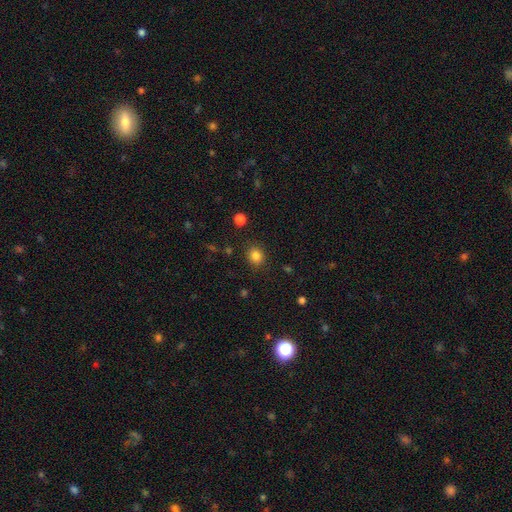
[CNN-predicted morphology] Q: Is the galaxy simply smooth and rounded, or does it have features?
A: smooth — 84%.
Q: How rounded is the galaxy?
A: round — 70%.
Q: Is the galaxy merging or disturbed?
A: none — 87%.